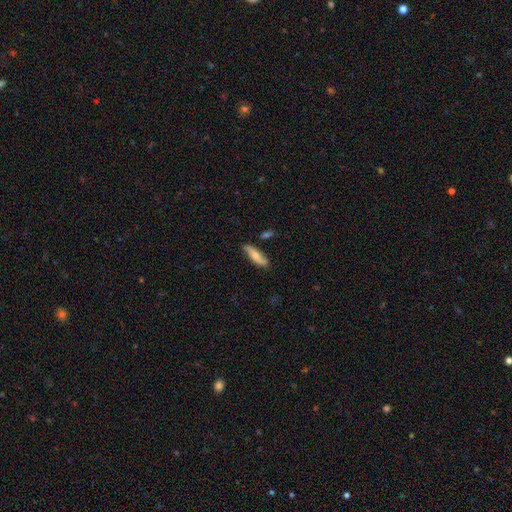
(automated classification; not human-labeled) Overall: smooth (56%; featured or disk 38%). How rounded: cigar-shaped (53%; in between 44%). Merging: none (78%).